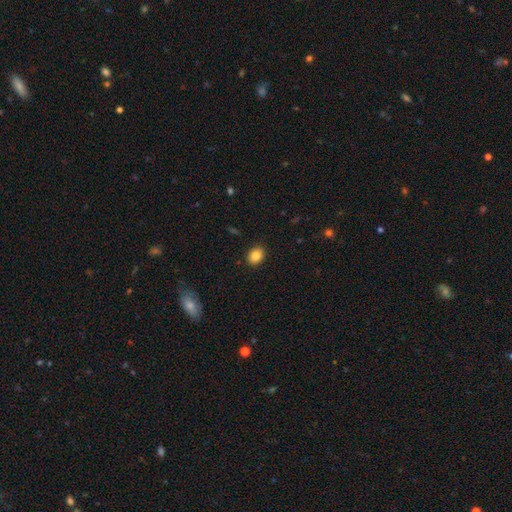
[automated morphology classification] Smooth or featured? smooth (85%)
How rounded? in between (55%)
Merging? none (90%)